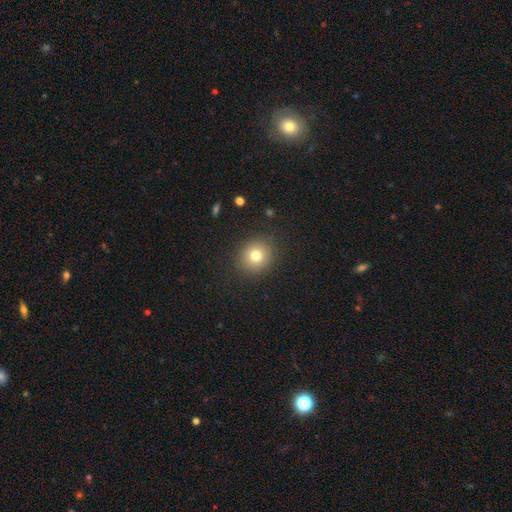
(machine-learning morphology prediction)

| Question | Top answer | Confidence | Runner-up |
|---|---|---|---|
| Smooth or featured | smooth | 77% | star or artifact (13%) |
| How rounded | round | 84% | in between (15%) |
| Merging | none | 89% | minor disturbance (7%) |